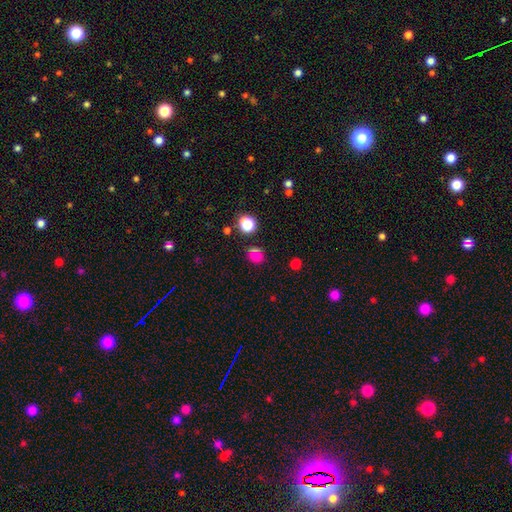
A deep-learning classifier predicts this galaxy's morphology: Overall: smooth (66%; star or artifact 27%). How rounded: round (71%). Merging: none (71%).